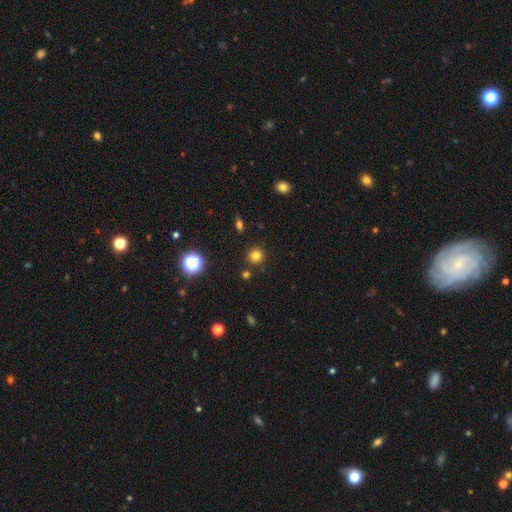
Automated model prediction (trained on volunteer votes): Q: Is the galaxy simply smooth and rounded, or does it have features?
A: smooth — 77%.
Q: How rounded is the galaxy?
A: round — 94%.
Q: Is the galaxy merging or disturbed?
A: none — 88%.